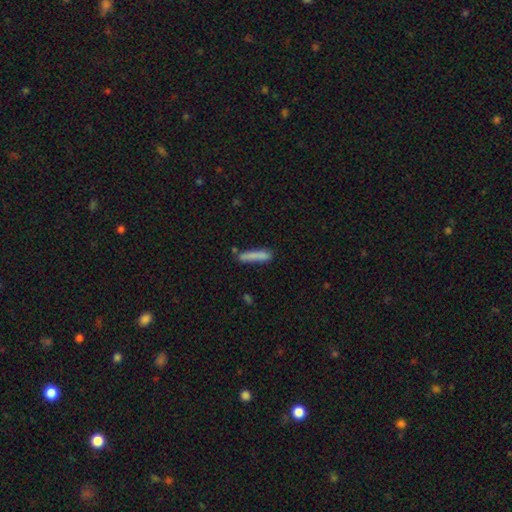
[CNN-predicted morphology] This appears to be a smooth galaxy with no disk features (81%) that is cigar-shaped (88%). Merging: none (71%).